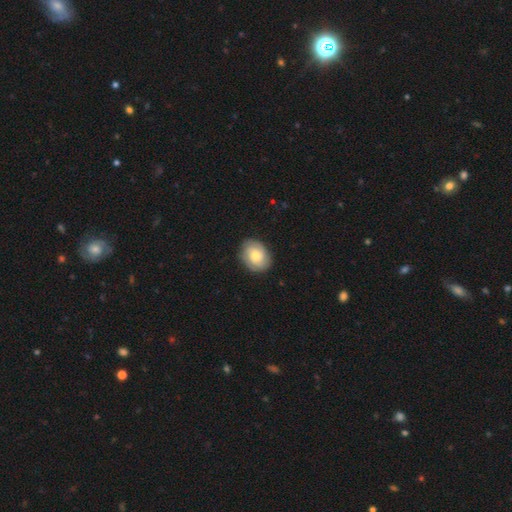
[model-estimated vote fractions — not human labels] This is possibly a featured or disk galaxy (48%). Merging: clearly none (82%).